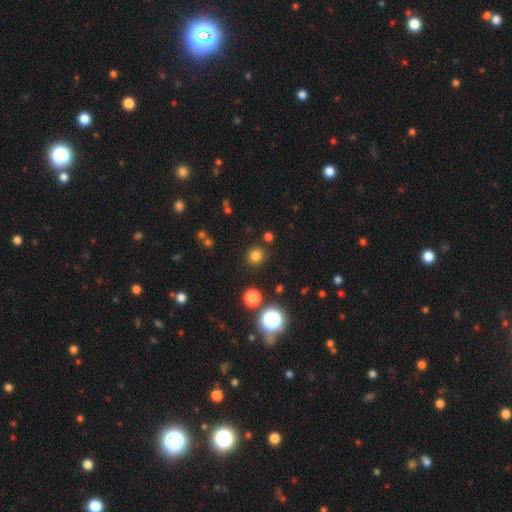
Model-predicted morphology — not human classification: Smooth or featured: smooth — 78% (star or artifact — 18%)
How rounded: round — 92% (in between — 7%)
Merging: none — 88% (minor disturbance — 6%)